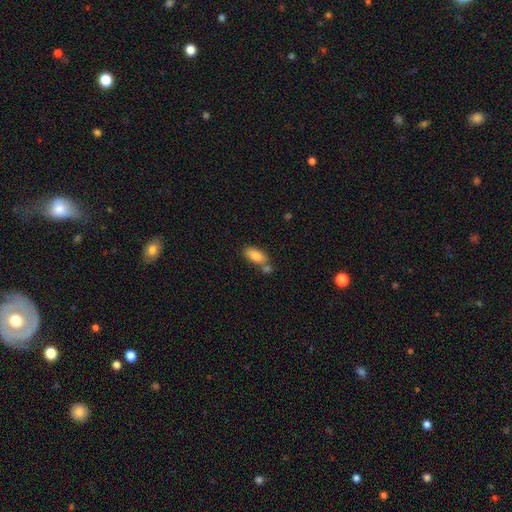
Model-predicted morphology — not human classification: smooth 82%, featured or disk 11%, star or artifact 7%. Down the decision tree: how rounded — in between (89%); merging — none (58%).